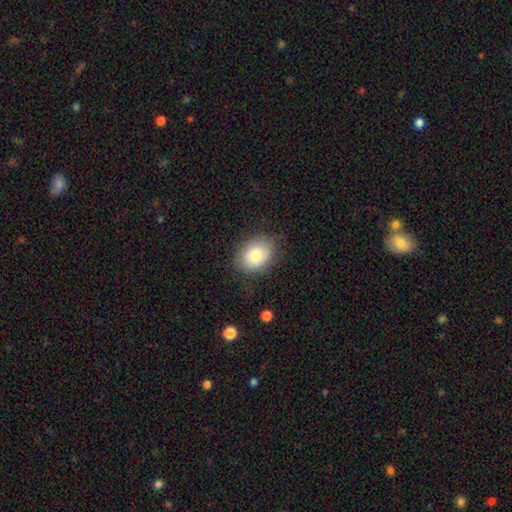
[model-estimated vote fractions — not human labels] This is likely a smooth galaxy (77%). How rounded: possibly in between (59%). Merging: clearly none (81%).